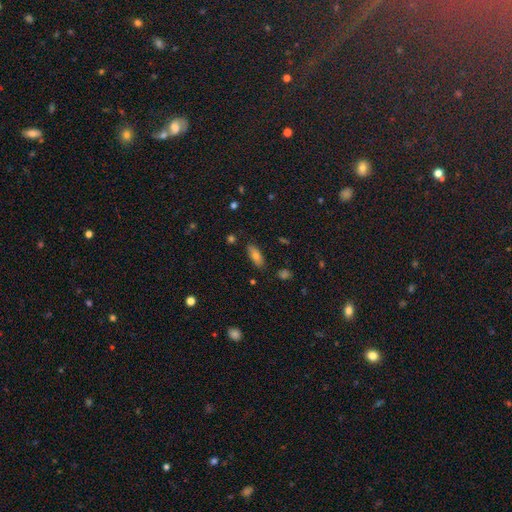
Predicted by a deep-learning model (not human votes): A smooth galaxy with no disk features (74%) that is in between round and cigar-shaped (77%).

Vote fractions:
- Smooth or featured? smooth: 74% / featured or disk: 16% / star or artifact: 10%
- How rounded? in between: 77% / cigar-shaped: 20% / round: 3%
- Merging? none: 85% / minor disturbance: 11% / major disturbance: 2% / merger: 2%